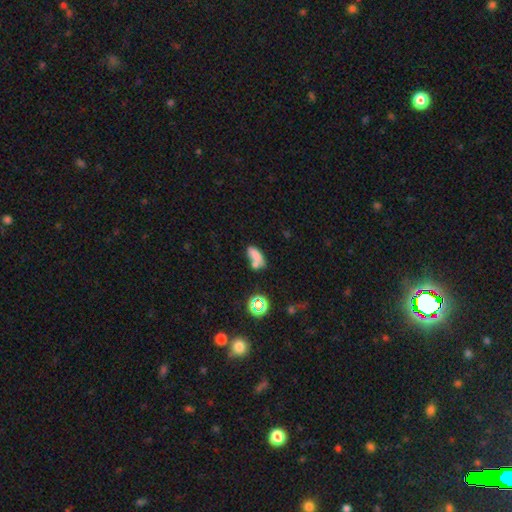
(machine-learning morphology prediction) Overall: smooth (75%). How rounded: in between (78%). Merging: none (43%; merger 34%).